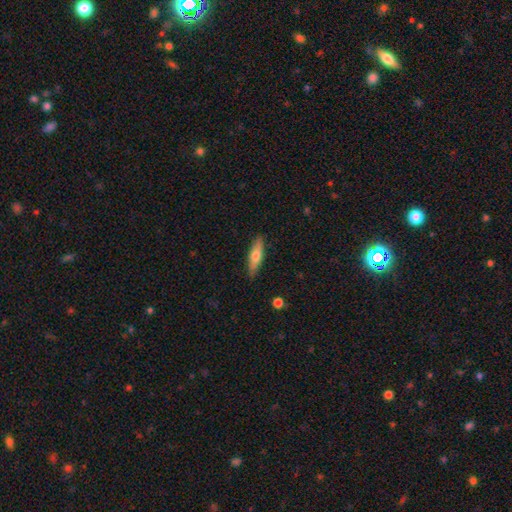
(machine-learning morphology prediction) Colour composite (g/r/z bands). It shows a smooth galaxy with no disk features (62%) that is cigar-shaped (61%). Merging: none (86%).